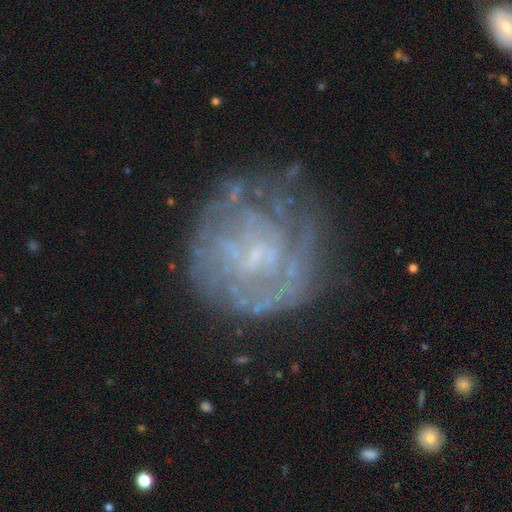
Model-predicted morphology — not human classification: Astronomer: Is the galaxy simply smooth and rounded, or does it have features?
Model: featured or disk — 72%.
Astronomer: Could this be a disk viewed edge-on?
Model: no — 98%.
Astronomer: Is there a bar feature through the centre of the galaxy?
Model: no — 62%.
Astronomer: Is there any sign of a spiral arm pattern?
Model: yes — 57% (runner-up: no, 43%).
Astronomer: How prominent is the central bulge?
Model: small — 55% (runner-up: none, 33%).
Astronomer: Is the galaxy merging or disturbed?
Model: none — 66%.